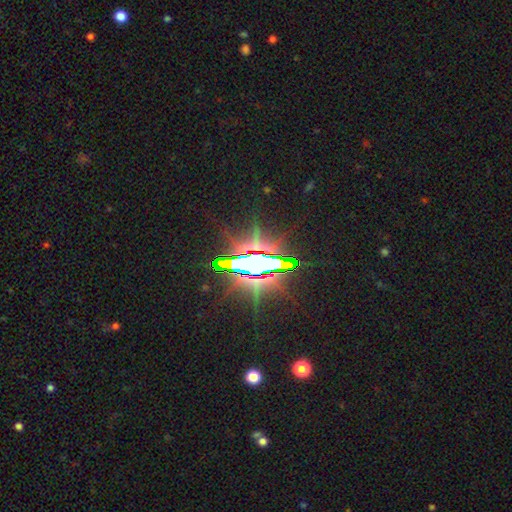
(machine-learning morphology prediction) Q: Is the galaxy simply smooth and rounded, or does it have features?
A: star or artifact — 78%.